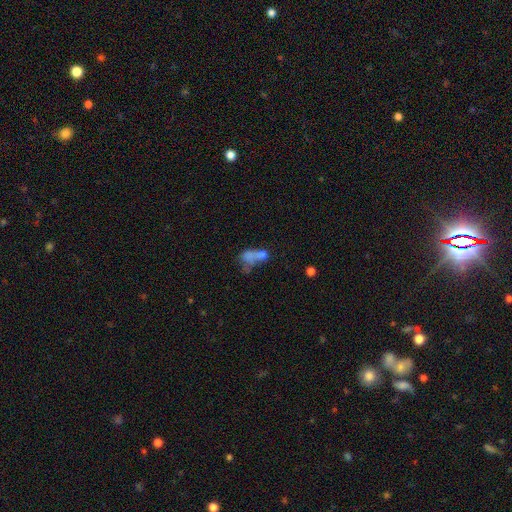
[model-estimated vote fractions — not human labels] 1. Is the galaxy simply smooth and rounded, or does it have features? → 60% smooth, 25% featured or disk, 15% star or artifact.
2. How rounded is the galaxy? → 73% in between, 17% round, 10% cigar-shaped.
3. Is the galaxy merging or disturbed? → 48% merger, 21% none, 19% major disturbance, 12% minor disturbance.